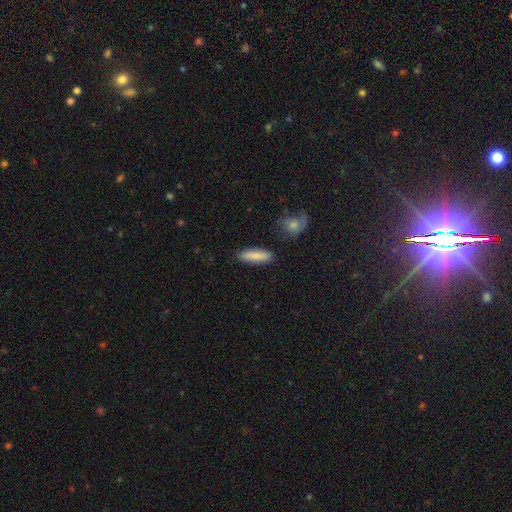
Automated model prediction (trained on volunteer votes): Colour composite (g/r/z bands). It shows a smooth galaxy with no disk features (84%) that is cigar-shaped (63%). Merging: none (85%).